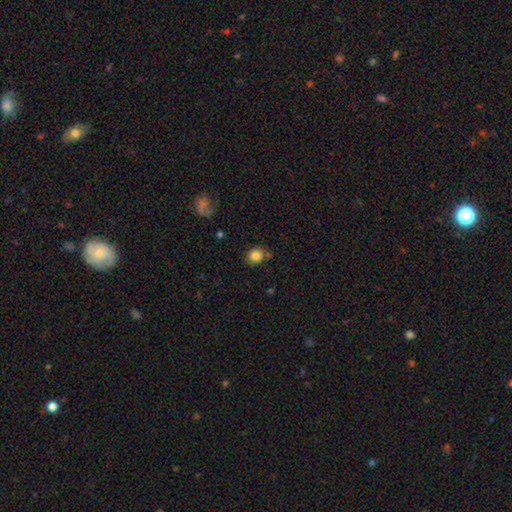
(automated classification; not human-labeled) Q: Smooth or featured?
A: smooth (84%); runner-up: star or artifact (10%)
Q: How rounded?
A: round (69%); runner-up: in between (30%)
Q: Merging?
A: none (77%); runner-up: minor disturbance (14%)